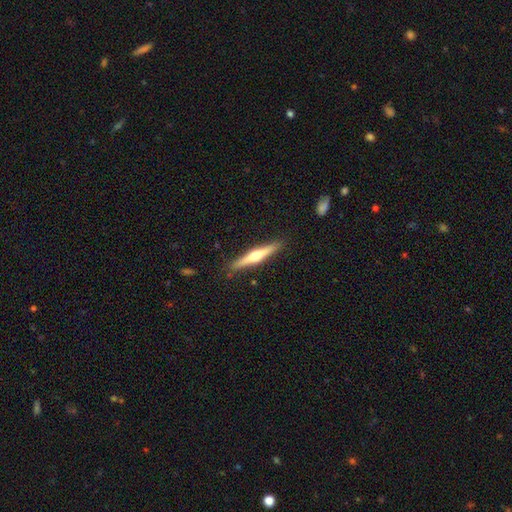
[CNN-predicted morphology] Overall: featured or disk (61%; smooth 34%). Edge-on disk: yes (97%). Edge-on bulge: rounded (89%). Merging: none (88%).